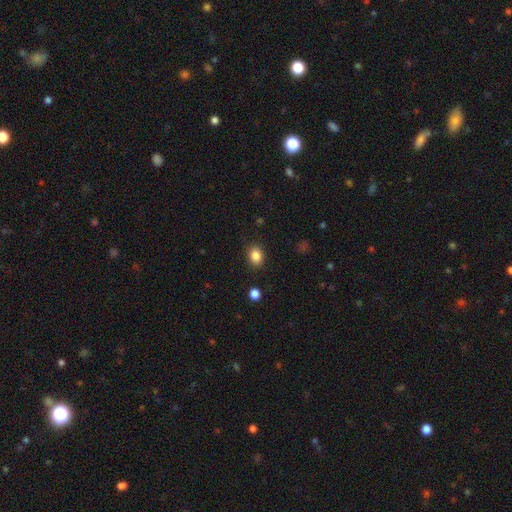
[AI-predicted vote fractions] Smooth or featured? Predicted: smooth (p=0.86). How rounded? Predicted: in between (p=0.52). Merging? Predicted: none (p=0.87).